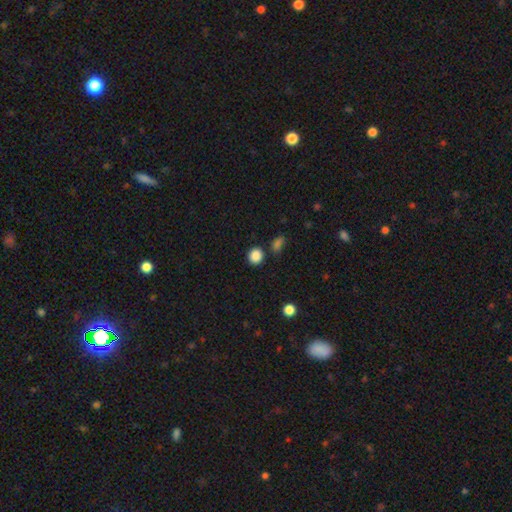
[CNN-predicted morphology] smooth_or_featured: smooth (p=0.87) [alt: star or artifact p=0.10]
how_rounded: round (p=0.82) [alt: in between p=0.17]
merging: none (p=0.83) [alt: minor disturbance p=0.08]